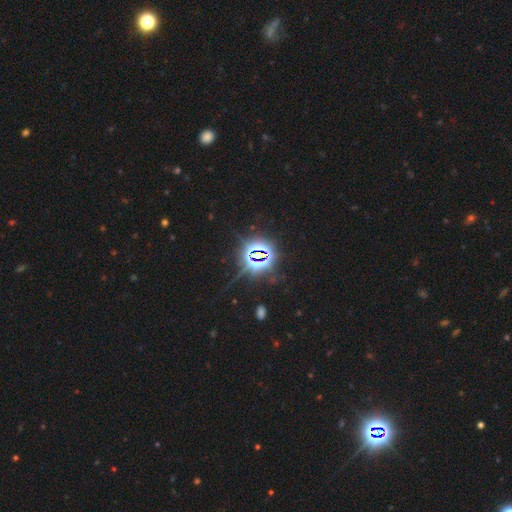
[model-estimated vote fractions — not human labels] Q: Smooth or featured?
A: star or artifact (83%); runner-up: smooth (9%)